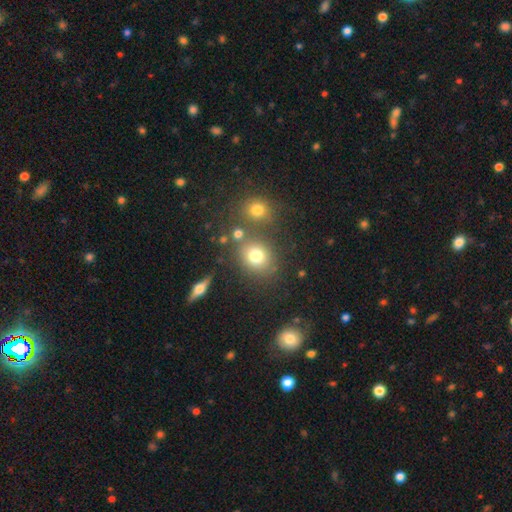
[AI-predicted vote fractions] Morphology: type=smooth (74%); roundness=round (68%); merging=none (70%).